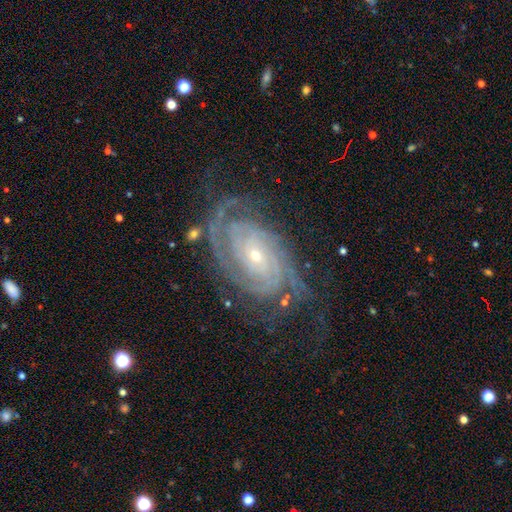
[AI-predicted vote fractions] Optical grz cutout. It shows a featured or disk galaxy (91%) with no bar (65%), 2 (32%) tight (79%) spiral arms (98%) and a small central bulge (77%). Merging: none (70%).